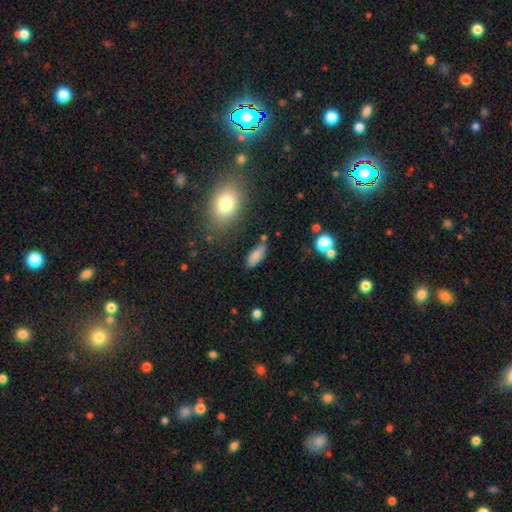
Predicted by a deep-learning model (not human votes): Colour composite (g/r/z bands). It shows a smooth galaxy with no disk features (83%) that is in between round and cigar-shaped (74%). Merging: none (75%).